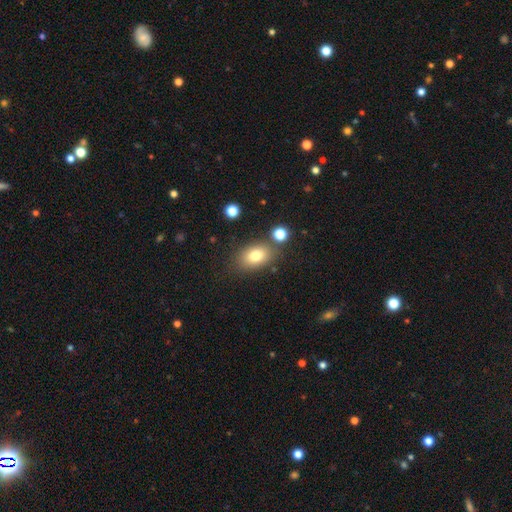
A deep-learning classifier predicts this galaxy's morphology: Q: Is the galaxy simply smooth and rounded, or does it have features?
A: smooth — 78%.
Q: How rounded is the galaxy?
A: in between — 83%.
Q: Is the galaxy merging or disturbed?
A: none — 75%.